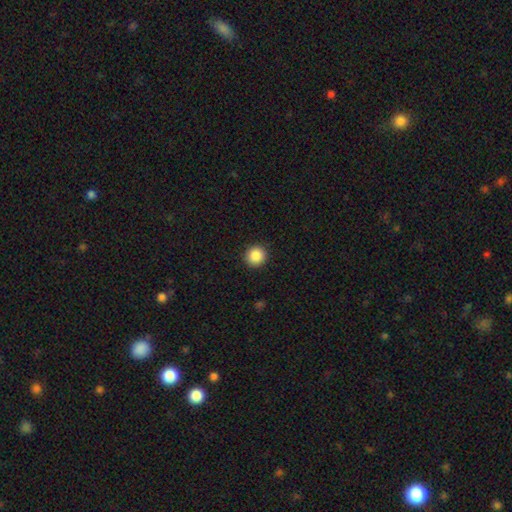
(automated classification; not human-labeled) smooth_or_featured: smooth (p=0.88) [alt: star or artifact p=0.09]
how_rounded: round (p=0.94) [alt: in between p=0.06]
merging: none (p=0.93) [alt: minor disturbance p=0.05]